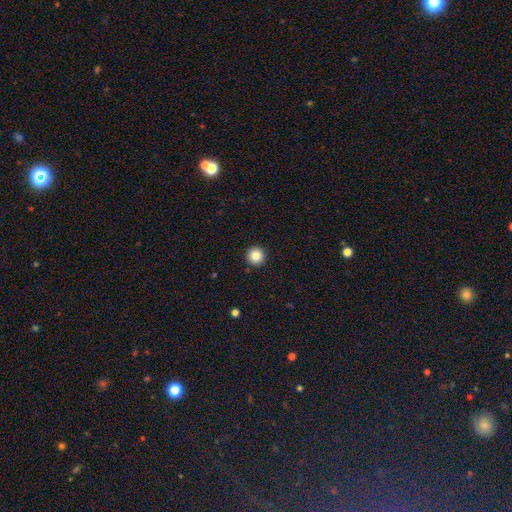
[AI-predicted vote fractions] A smooth galaxy with no disk features (86%) that is round (96%).

Vote fractions:
- Smooth or featured? smooth: 86% / star or artifact: 10% / featured or disk: 4%
- How rounded? round: 96% / in between: 3% / cigar-shaped: 1%
- Merging? none: 93% / minor disturbance: 5% / major disturbance: 1% / merger: 1%